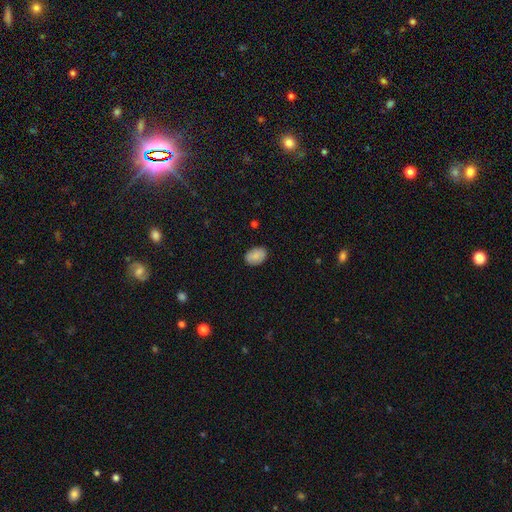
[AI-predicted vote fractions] This is clearly a smooth galaxy (83%). How rounded: clearly in between (82%). Merging: clearly none (85%).